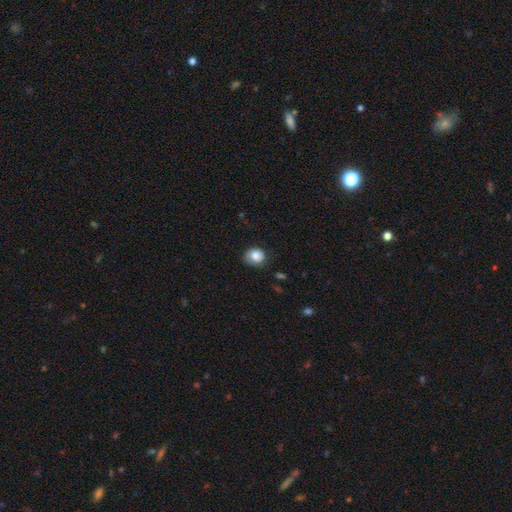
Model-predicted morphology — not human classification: Q: Smooth or featured?
A: smooth (80%); runner-up: featured or disk (11%)
Q: How rounded?
A: round (71%); runner-up: in between (28%)
Q: Merging?
A: none (69%); runner-up: minor disturbance (23%)